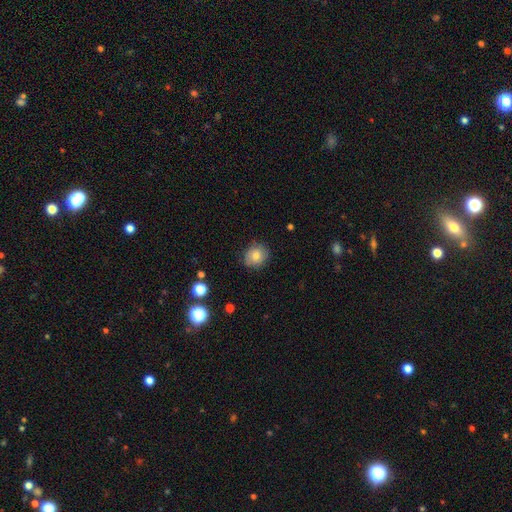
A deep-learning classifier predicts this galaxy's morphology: A smooth galaxy with no disk features (70%) that is round (76%). Merging: none (80%).